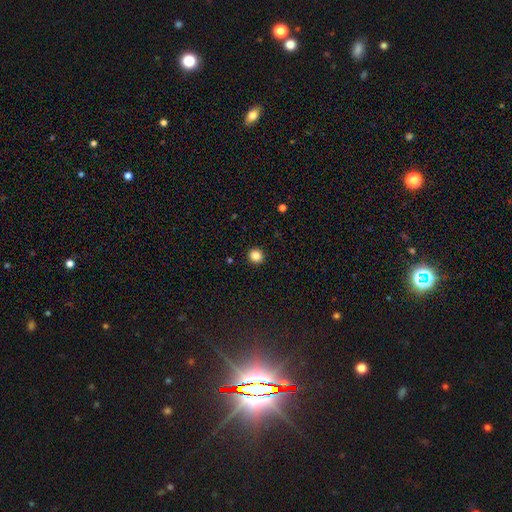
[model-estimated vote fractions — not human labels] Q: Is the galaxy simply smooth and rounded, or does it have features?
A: smooth — 85%.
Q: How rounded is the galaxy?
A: round — 90%.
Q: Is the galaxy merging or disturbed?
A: none — 93%.